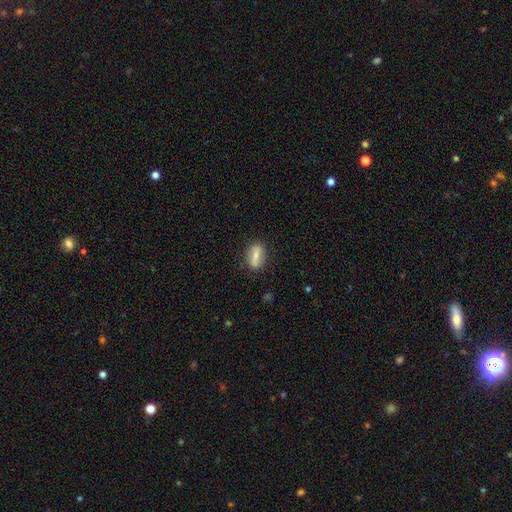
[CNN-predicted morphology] Smooth or featured? smooth (64%)
How rounded? in between (67%)
Merging? none (84%)